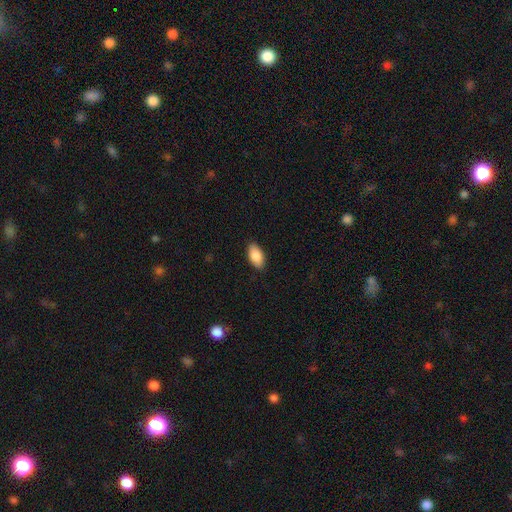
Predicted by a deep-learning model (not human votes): This appears to be a smooth galaxy with no disk features (88%) that is in between round and cigar-shaped (93%). Merging: none (88%).